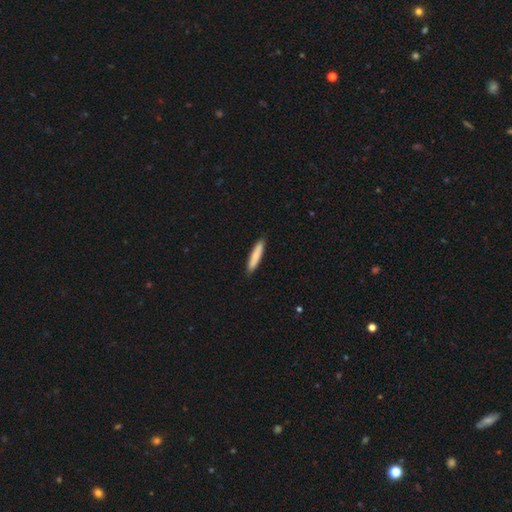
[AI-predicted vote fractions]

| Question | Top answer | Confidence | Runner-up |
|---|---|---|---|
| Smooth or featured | smooth | 83% | featured or disk (12%) |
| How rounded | cigar-shaped | 89% | in between (9%) |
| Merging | none | 89% | minor disturbance (8%) |